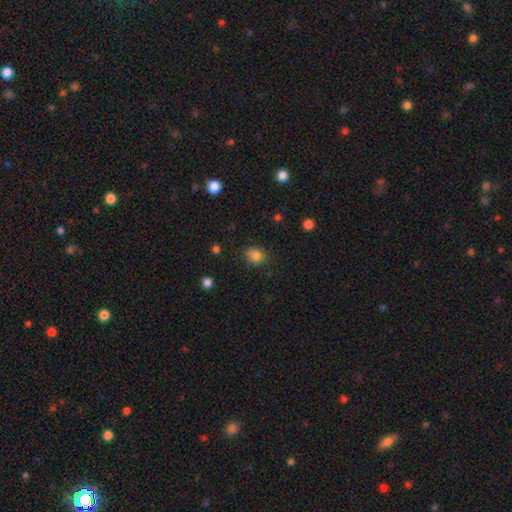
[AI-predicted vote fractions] The model was most divided on "how rounded": round: 54%, in between: 45%, cigar-shaped: 1%. More confident: smooth or featured — smooth (83%); merging — none (76%).